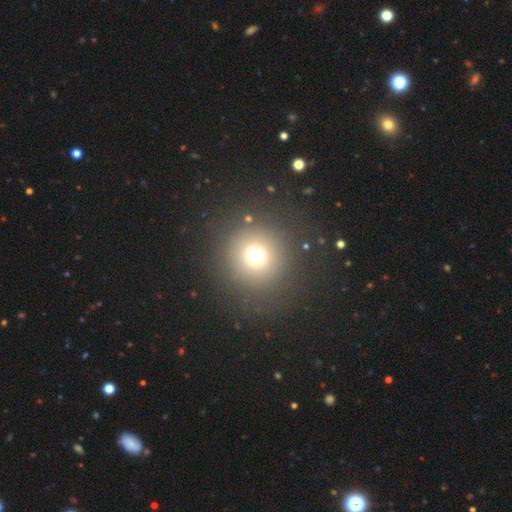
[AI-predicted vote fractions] Morphology: type=smooth (69%); roundness=round (95%); merging=none (85%).